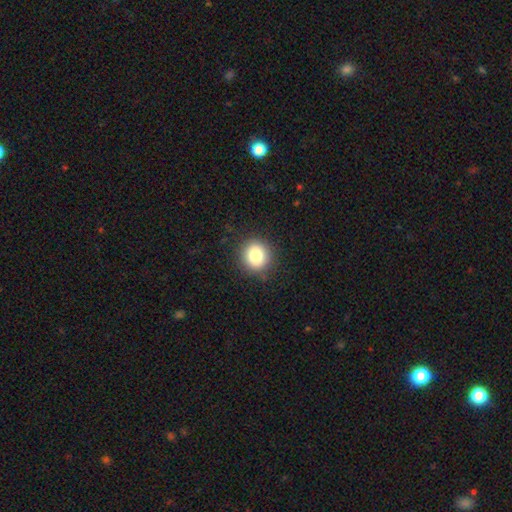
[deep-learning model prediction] smooth 83%, star or artifact 10%, featured or disk 6%. Down the decision tree: how rounded — round (88%); merging — none (89%).